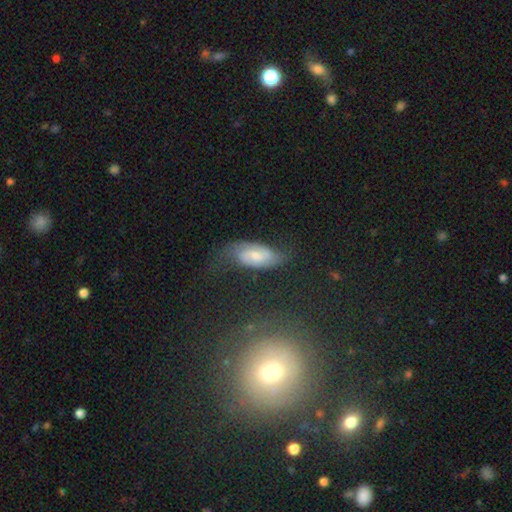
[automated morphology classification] A featured or disk galaxy (65%) with a weak bar (51%), 2 (84%) medium (45%) spiral arms (90%) and a moderate central bulge (46%).

Vote fractions:
- Smooth or featured? featured or disk: 65% / smooth: 26% / star or artifact: 9%
- Edge-on disk? no: 94% / yes: 6%
- Bar? weak: 51% / no: 33% / strong: 16%
- Spiral arms? yes: 90% / no: 10%
- Spiral winding? medium: 45% / tight: 28% / loose: 27%
- Spiral arm count? 2: 84% / can't tell: 10% / 1: 2% / 3: 2% / 4: 1% / more than 4: 1%
- Bulge size? moderate: 46% / small: 44% / none: 4% / large: 4% / dominant: 1%
- Merging? none: 60% / minor disturbance: 25% / major disturbance: 13% / merger: 2%